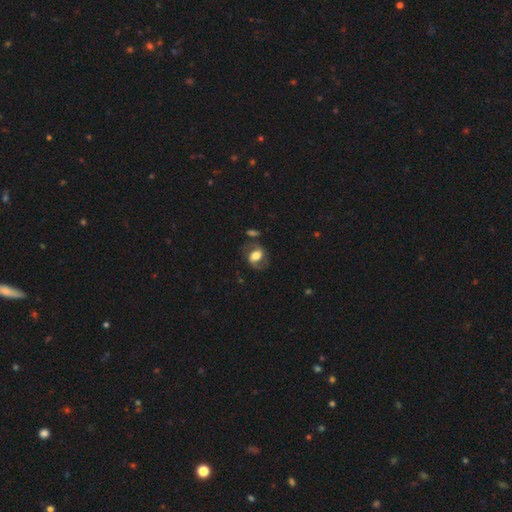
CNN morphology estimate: This is possibly a featured or disk galaxy (53%). It is clearly not viewed edge-on (94%). Merging: likely none (62%).